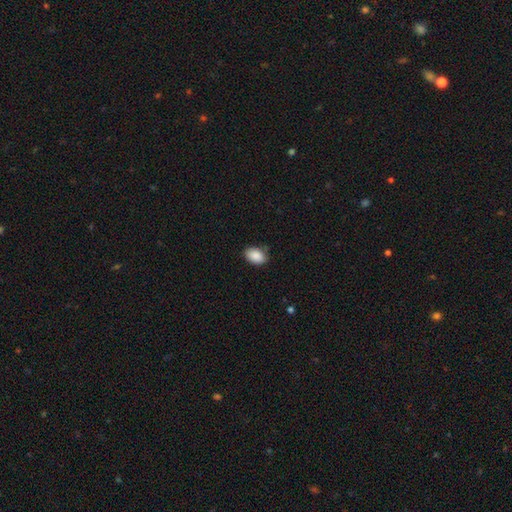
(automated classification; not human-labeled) Q: Smooth or featured?
A: smooth (90%); runner-up: star or artifact (7%)
Q: How rounded?
A: in between (88%); runner-up: round (11%)
Q: Merging?
A: none (81%); runner-up: minor disturbance (15%)